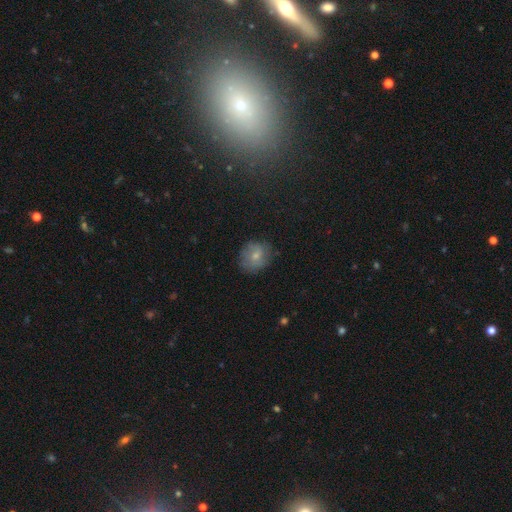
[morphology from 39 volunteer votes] Overall: smooth (67%). How rounded: round (58%; in between 42%). Merging: none (80%).